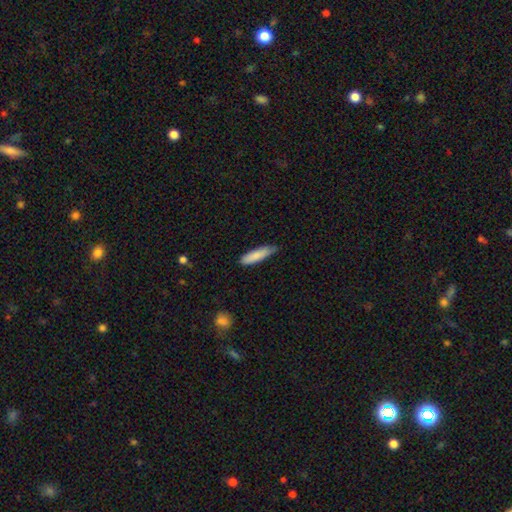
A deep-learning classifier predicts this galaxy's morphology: smooth 85%, featured or disk 9%, star or artifact 6%. Down the decision tree: how rounded — cigar-shaped (71%); merging — none (70%).